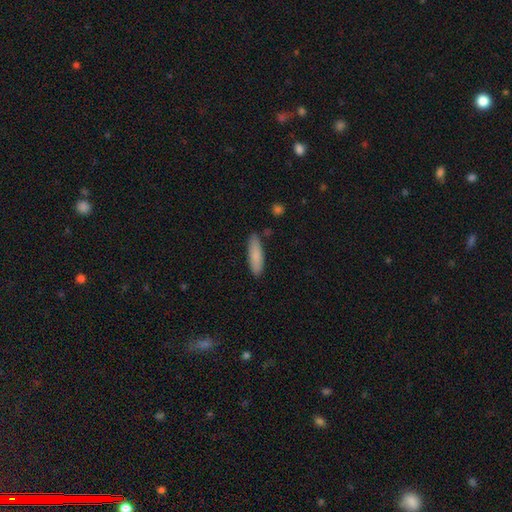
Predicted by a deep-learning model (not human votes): Smooth or featured: smooth — 84% (featured or disk — 10%)
How rounded: cigar-shaped — 64% (in between — 34%)
Merging: none — 83% (minor disturbance — 12%)